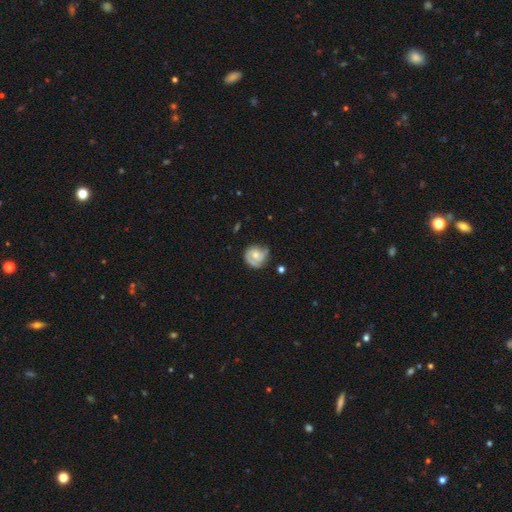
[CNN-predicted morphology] The model was most divided on "smooth or featured": featured or disk: 57%, smooth: 36%, star or artifact: 7%. More confident: edge-on disk — no (97%); spiral arms — yes (81%); bar — no (74%); bulge size — moderate (57%); merging — none (56%).